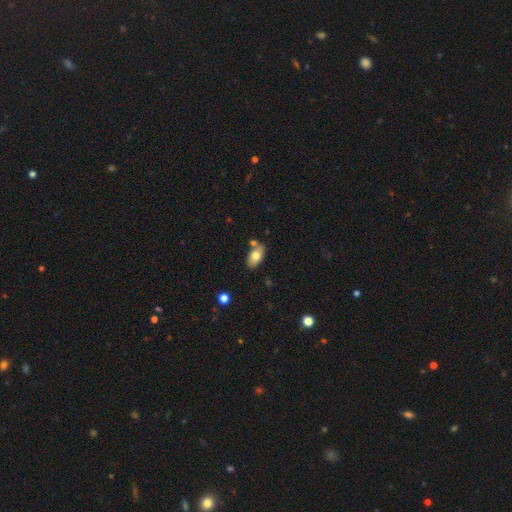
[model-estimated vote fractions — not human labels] This is likely a smooth galaxy (73%). How rounded: clearly in between (92%). Merging: likely none (67%).